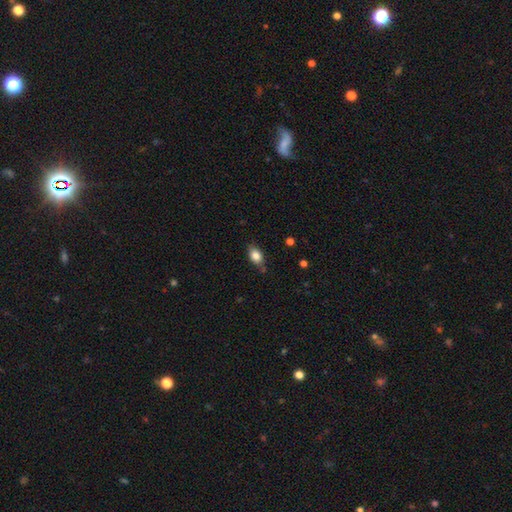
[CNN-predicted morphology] Smooth or featured? Predicted: smooth (p=0.83). How rounded? Predicted: in between (p=0.83). Merging? Predicted: none (p=0.76).